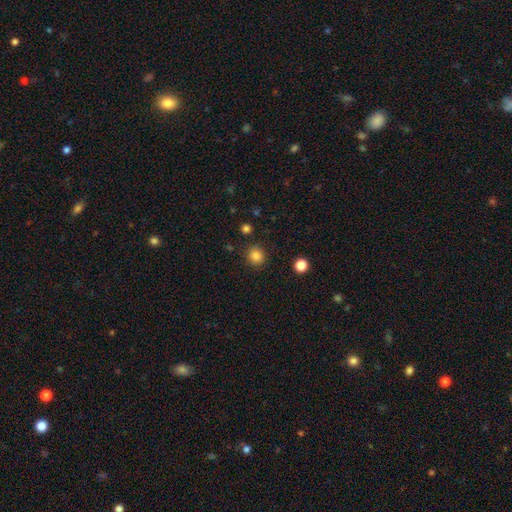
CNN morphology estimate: type=smooth (85%); roundness=round (90%); merging=none (88%).